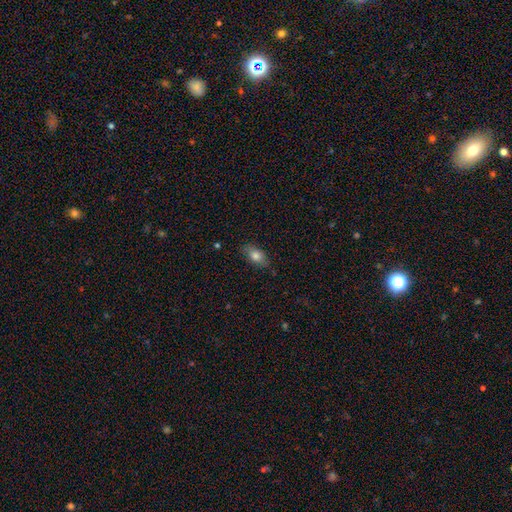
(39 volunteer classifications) smooth 82%, featured or disk 13%, star or artifact 5%. Down the decision tree: how rounded — in between (91%); merging — none (78%).